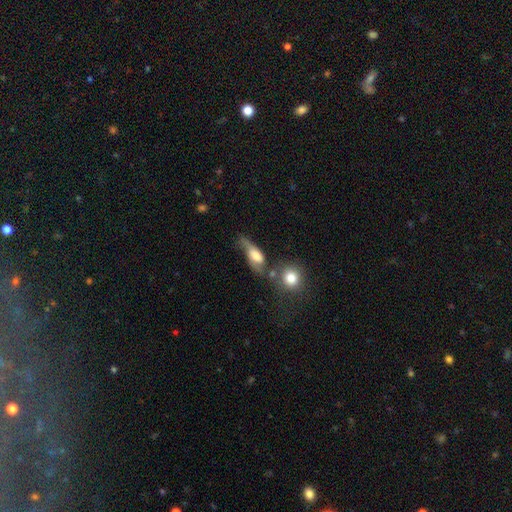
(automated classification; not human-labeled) smooth_or_featured: smooth (p=0.50) [alt: featured or disk p=0.42]
merging: none (p=0.30) [alt: major disturbance p=0.25]